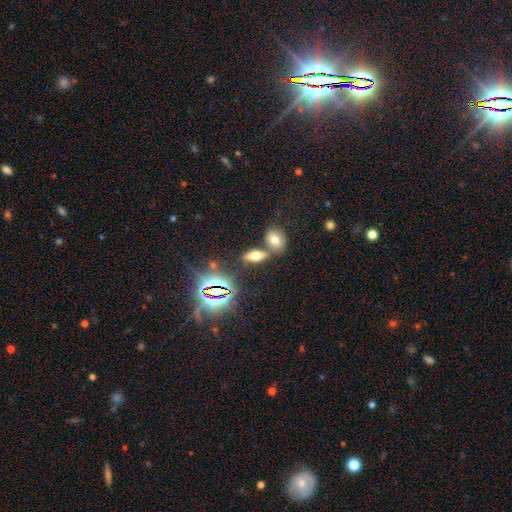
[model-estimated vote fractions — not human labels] A smooth galaxy with no disk features (53%) that is in between round and cigar-shaped (68%).

Vote fractions:
- Smooth or featured? smooth: 53% / star or artifact: 24% / featured or disk: 23%
- How rounded? in between: 68% / cigar-shaped: 21% / round: 11%
- Merging? none: 58% / merger: 28% / minor disturbance: 10% / major disturbance: 4%